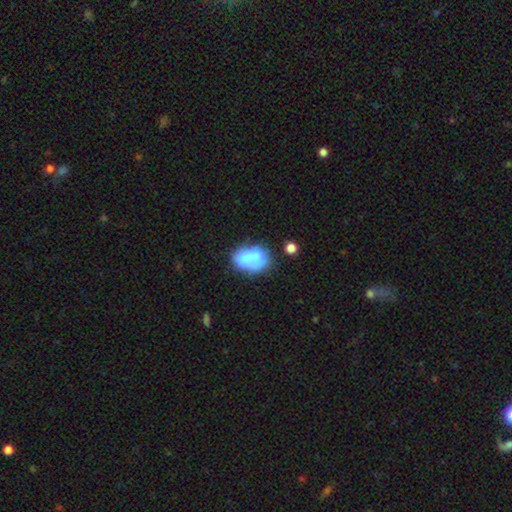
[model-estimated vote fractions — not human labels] A smooth galaxy with no disk features (64%) that is in between round and cigar-shaped (80%). Merging: merger (39%).